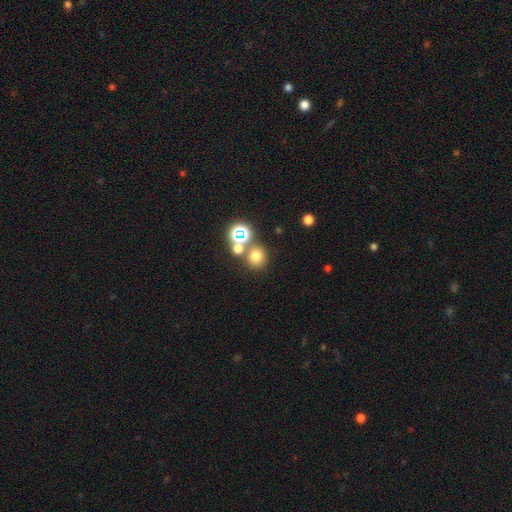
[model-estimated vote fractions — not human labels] Morphology: type=smooth (68%); roundness=round (87%); merging=none (66%).